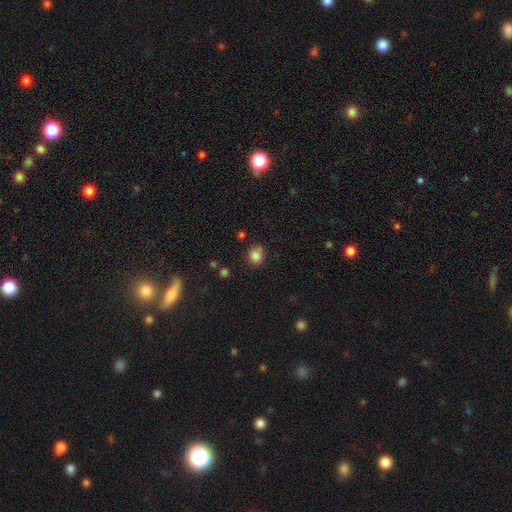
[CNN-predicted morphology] A smooth galaxy with no disk features (83%) that is round (75%).

Vote fractions:
- Smooth or featured? smooth: 83% / star or artifact: 12% / featured or disk: 5%
- How rounded? round: 75% / in between: 24% / cigar-shaped: 1%
- Merging? none: 69% / minor disturbance: 20% / merger: 6% / major disturbance: 5%